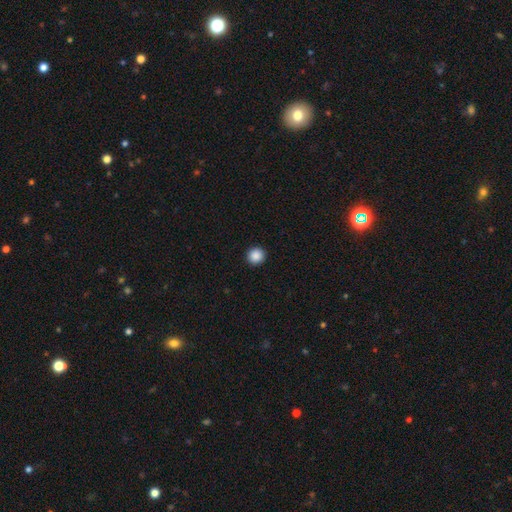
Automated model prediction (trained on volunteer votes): A smooth galaxy with no disk features (88%) that is round (95%).

Vote fractions:
- Smooth or featured? smooth: 88% / star or artifact: 9% / featured or disk: 2%
- How rounded? round: 95% / in between: 4% / cigar-shaped: 1%
- Merging? none: 93% / minor disturbance: 4% / major disturbance: 1% / merger: 1%